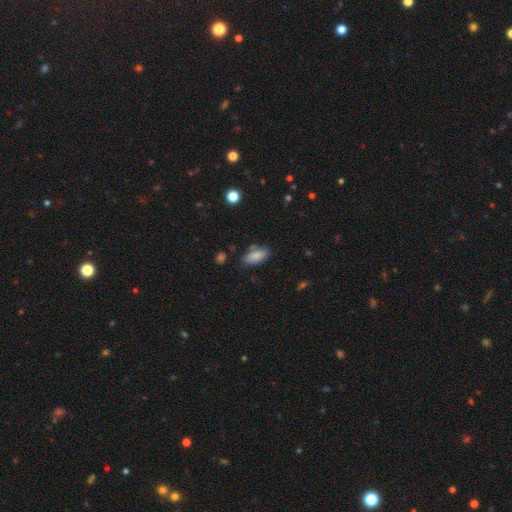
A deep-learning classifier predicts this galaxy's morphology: Q: Smooth or featured?
A: smooth (85%); runner-up: featured or disk (8%)
Q: How rounded?
A: in between (88%); runner-up: cigar-shaped (9%)
Q: Merging?
A: none (77%); runner-up: minor disturbance (16%)